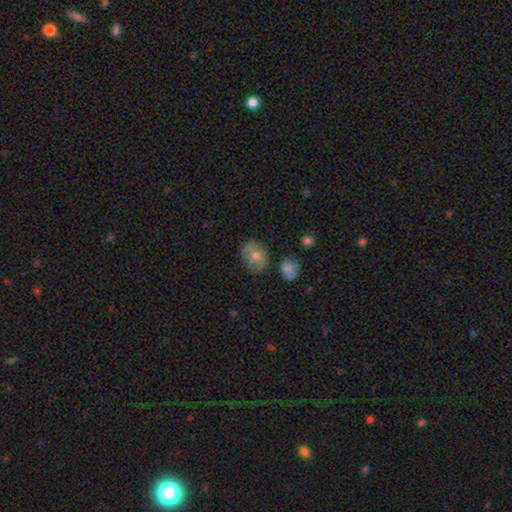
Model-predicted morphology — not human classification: This appears to be a smooth galaxy with no disk features (59%) that is in between round and cigar-shaped (51%). Merging: none (65%).